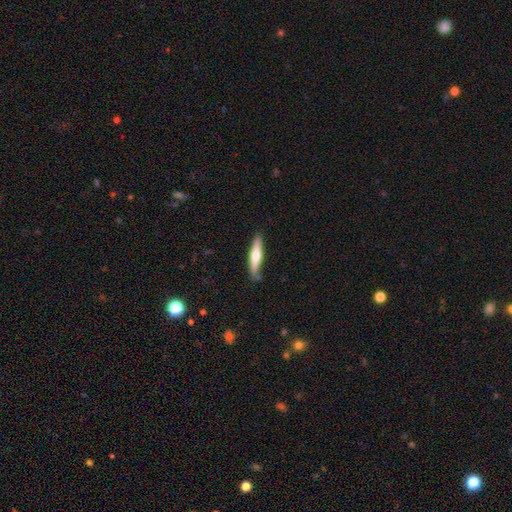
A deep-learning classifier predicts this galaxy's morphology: This is possibly a smooth galaxy (56%). How rounded: clearly cigar-shaped (84%). Merging: likely none (78%).